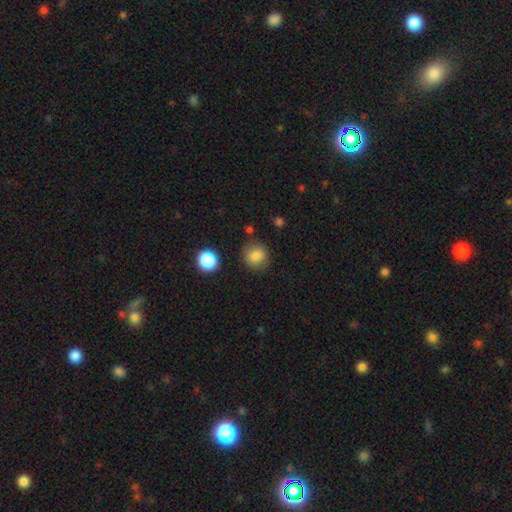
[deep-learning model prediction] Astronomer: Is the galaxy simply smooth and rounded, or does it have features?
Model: smooth — 84%.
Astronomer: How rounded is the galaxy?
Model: round — 85%.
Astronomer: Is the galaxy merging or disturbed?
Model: none — 81%.